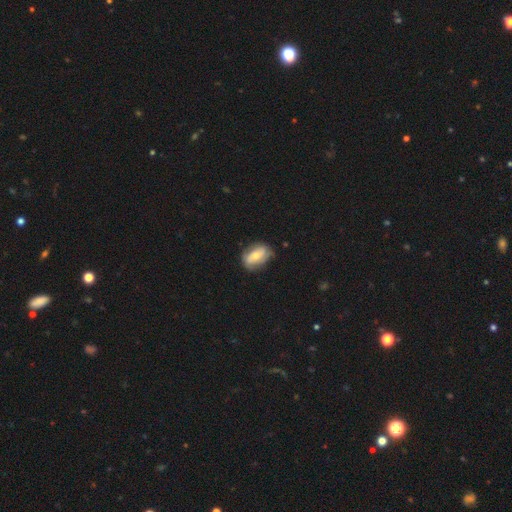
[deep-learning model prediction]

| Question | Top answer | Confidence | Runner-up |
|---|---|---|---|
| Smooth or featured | smooth | 48% | featured or disk (45%) |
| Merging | none | 66% | minor disturbance (26%) |